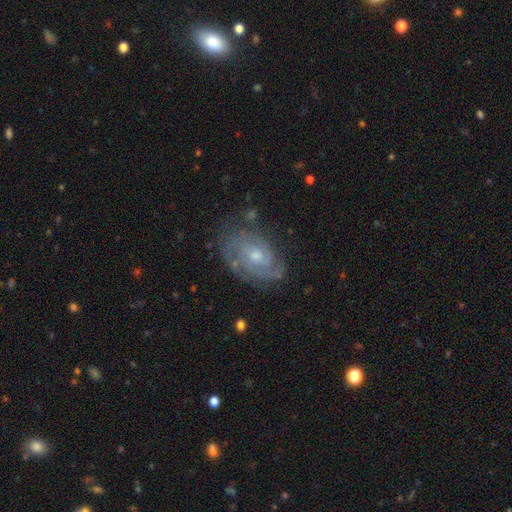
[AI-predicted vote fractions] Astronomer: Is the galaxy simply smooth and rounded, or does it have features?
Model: featured or disk — 85%.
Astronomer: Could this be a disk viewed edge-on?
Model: no — 96%.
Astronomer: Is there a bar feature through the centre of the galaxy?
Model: no — 70%.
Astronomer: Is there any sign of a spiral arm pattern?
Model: yes — 96%.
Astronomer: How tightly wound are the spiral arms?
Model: tight — 67%.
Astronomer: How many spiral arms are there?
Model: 2 — 41% (runner-up: can't tell, 24%).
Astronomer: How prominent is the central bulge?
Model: small — 48%, tied with moderate at 48%.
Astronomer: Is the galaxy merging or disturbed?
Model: none — 75%.